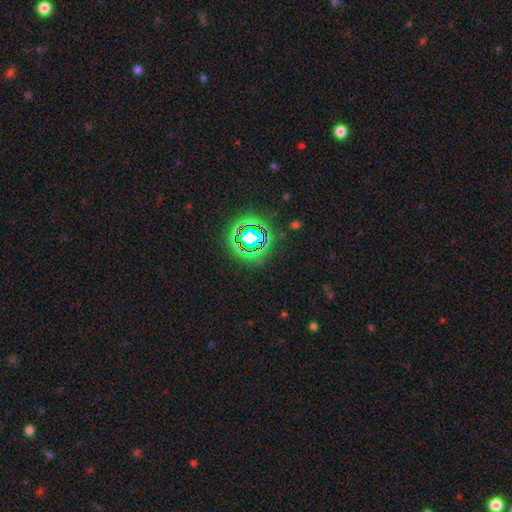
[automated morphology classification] Smooth or featured? star or artifact (80%)